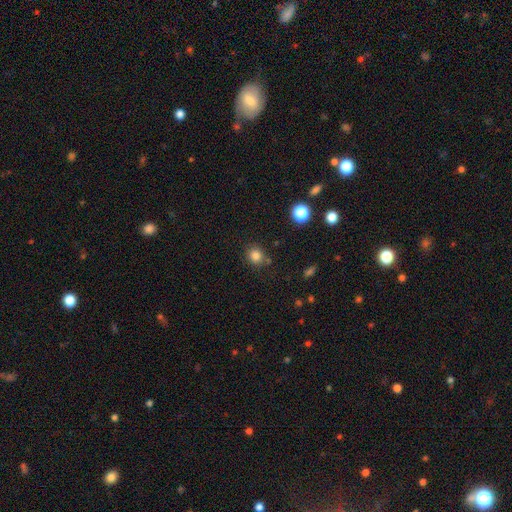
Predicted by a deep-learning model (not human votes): A smooth galaxy with no disk features (82%) that is round (82%).

Vote fractions:
- Smooth or featured? smooth: 82% / star or artifact: 12% / featured or disk: 5%
- How rounded? round: 82% / in between: 17% / cigar-shaped: 1%
- Merging? none: 78% / minor disturbance: 12% / merger: 7% / major disturbance: 3%